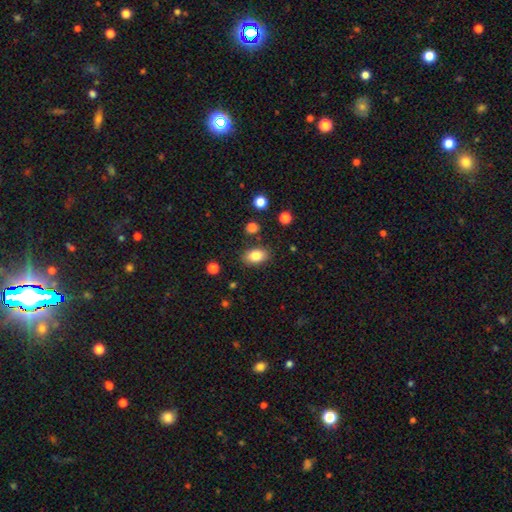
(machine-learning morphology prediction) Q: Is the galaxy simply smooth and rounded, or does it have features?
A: smooth — 83%.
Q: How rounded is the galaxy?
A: in between — 88%.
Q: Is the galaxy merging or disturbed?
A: none — 84%.